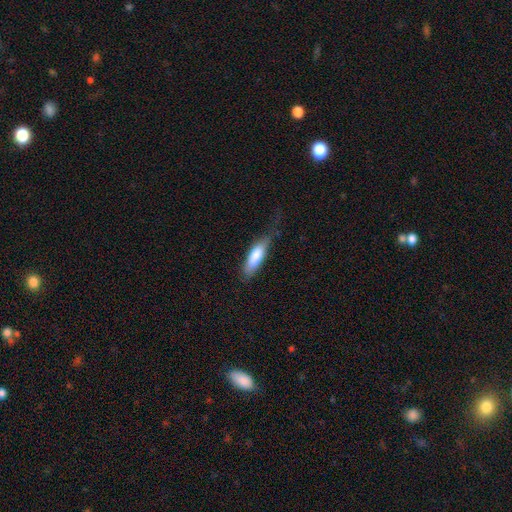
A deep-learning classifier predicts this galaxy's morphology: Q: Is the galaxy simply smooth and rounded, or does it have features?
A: smooth — 78%.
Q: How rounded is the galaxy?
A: cigar-shaped — 50%.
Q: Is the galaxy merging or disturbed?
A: none — 59%.